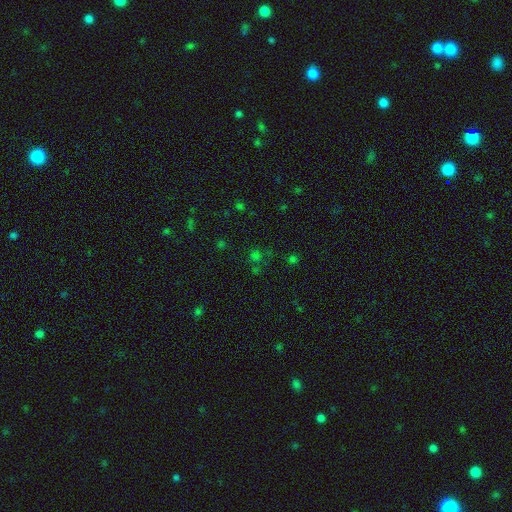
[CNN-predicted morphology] A smooth galaxy with no disk features (52%) that is round (86%).

Vote fractions:
- Smooth or featured? smooth: 52% / star or artifact: 40% / featured or disk: 7%
- How rounded? round: 86% / in between: 13% / cigar-shaped: 1%
- Merging? none: 69% / minor disturbance: 13% / merger: 11% / major disturbance: 7%